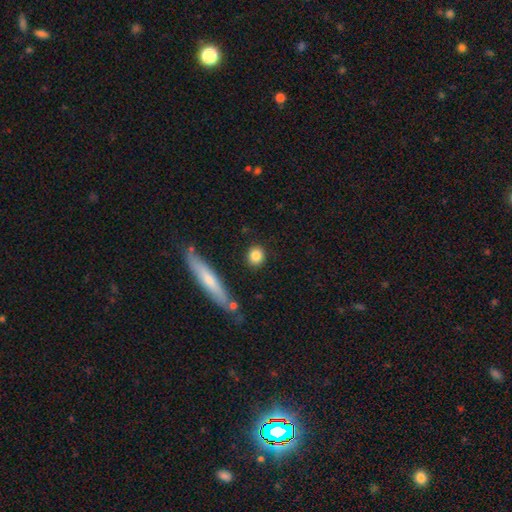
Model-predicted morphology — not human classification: Smooth or featured: smooth — 83% (featured or disk — 9%)
How rounded: round — 80% (in between — 15%)
Merging: none — 87% (minor disturbance — 7%)